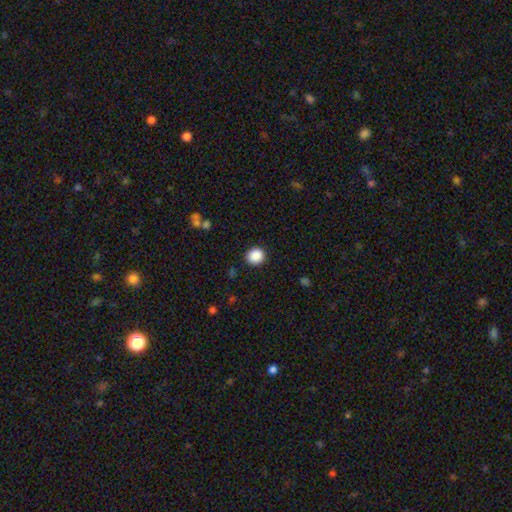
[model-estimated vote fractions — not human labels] The model was most divided on "how rounded": round: 87%, in between: 12%, cigar-shaped: 1%. More confident: merging — none (90%); smooth or featured — smooth (88%).